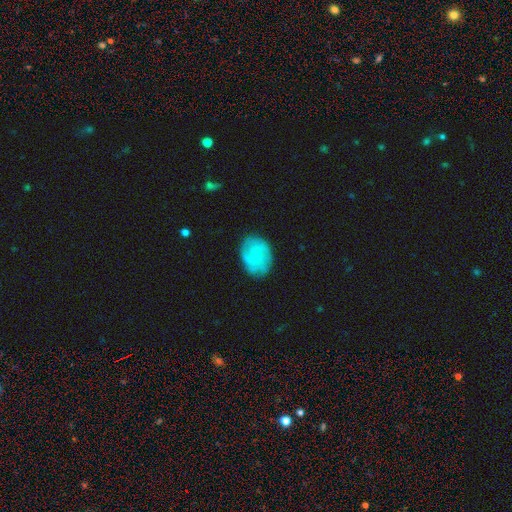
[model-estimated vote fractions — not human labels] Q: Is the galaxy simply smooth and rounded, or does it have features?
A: featured or disk — 57%.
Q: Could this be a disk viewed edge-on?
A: no — 97%.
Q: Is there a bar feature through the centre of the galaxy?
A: no — 74%.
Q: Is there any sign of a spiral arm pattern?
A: yes — 85%.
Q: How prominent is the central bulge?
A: small — 70%.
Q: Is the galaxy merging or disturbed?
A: none — 74%.